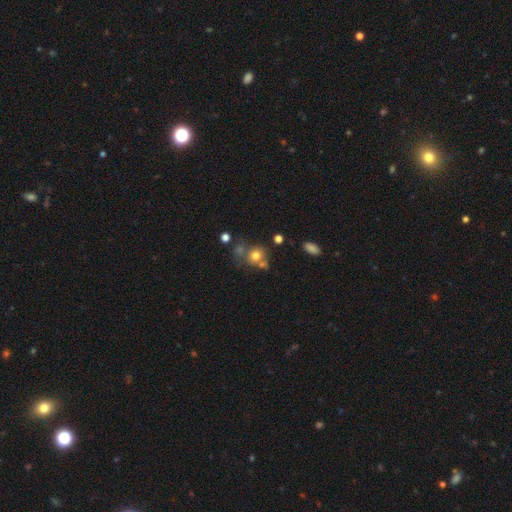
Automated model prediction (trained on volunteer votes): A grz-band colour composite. It shows a smooth galaxy with no disk features (73%) that is round (76%). Merging: none (50%).